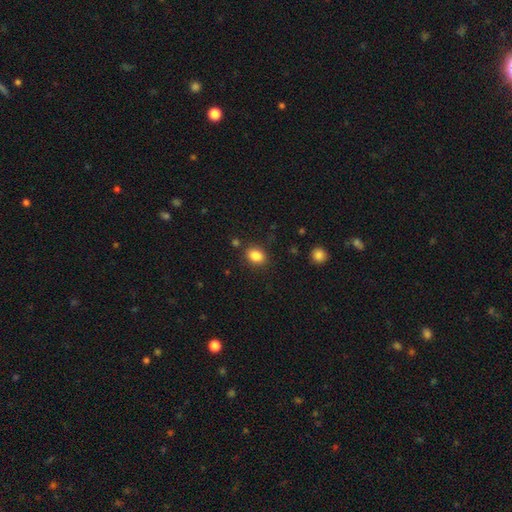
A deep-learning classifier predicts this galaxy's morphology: smooth-or-featured: smooth: 86% | star or artifact: 9% | featured or disk: 5%
  how-rounded: in between: 64% | round: 35% | cigar-shaped: 1%
  merging: none: 82% | minor disturbance: 11% | major disturbance: 3% | merger: 3%